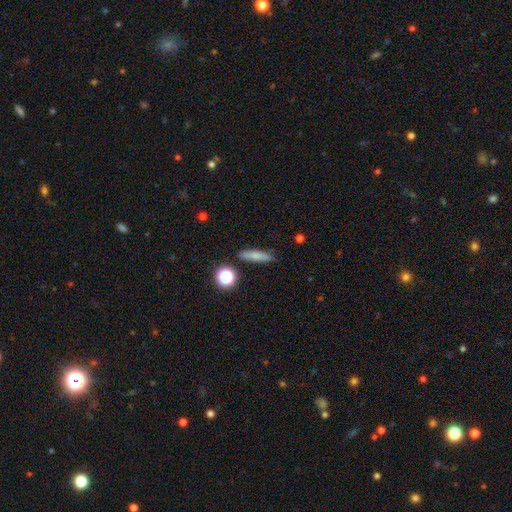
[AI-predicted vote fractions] A smooth galaxy with no disk features (75%) that is cigar-shaped (75%).

Vote fractions:
- Smooth or featured? smooth: 75% / featured or disk: 15% / star or artifact: 10%
- How rounded? cigar-shaped: 75% / in between: 18% / round: 6%
- Merging? none: 86% / minor disturbance: 9% / merger: 2% / major disturbance: 2%